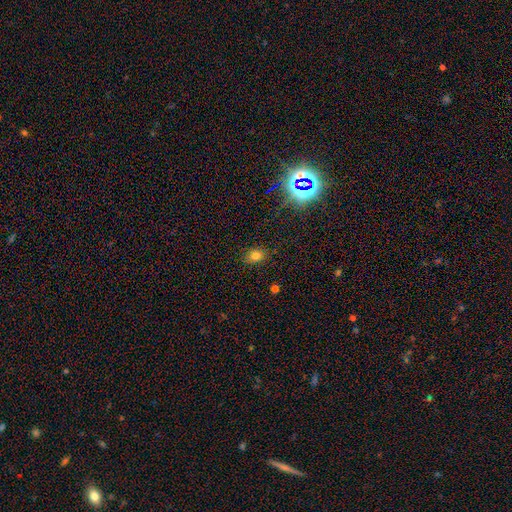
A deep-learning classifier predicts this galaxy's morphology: This appears to be a smooth galaxy with no disk features (77%) that is in between round and cigar-shaped (52%). Merging: none (85%).